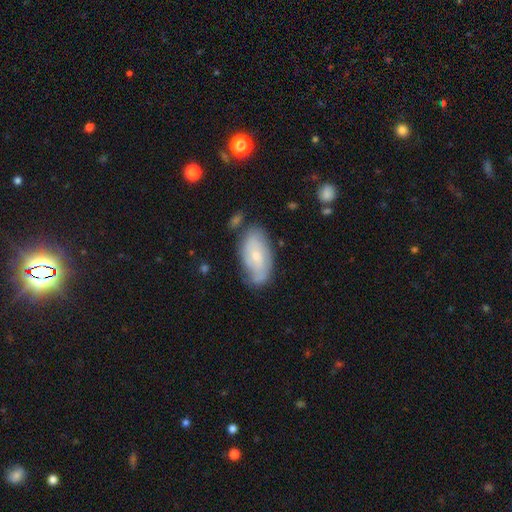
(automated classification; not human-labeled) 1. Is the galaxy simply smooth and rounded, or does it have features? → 57% featured or disk, 36% smooth, 7% star or artifact.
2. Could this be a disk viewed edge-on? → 92% no, 8% yes.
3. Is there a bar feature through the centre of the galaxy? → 66% no, 29% weak, 5% strong.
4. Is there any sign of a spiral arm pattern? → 80% yes, 20% no.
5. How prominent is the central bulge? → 61% small, 34% moderate, 2% none, 2% large, 1% dominant.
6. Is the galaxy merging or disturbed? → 67% none, 22% minor disturbance, 6% major disturbance, 4% merger.